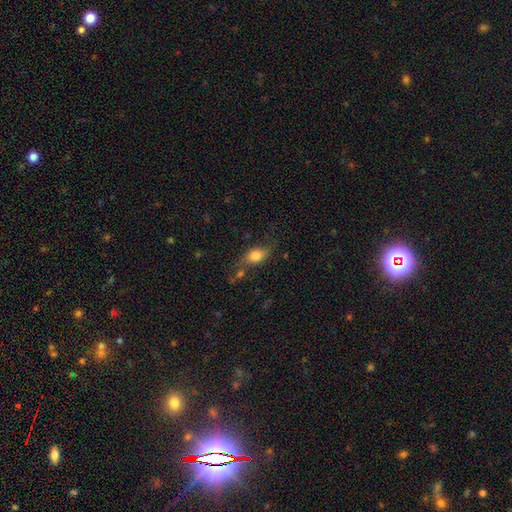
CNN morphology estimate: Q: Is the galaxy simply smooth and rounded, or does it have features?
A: smooth — 77%.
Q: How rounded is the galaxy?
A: in between — 79%.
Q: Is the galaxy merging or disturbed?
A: none — 57%.